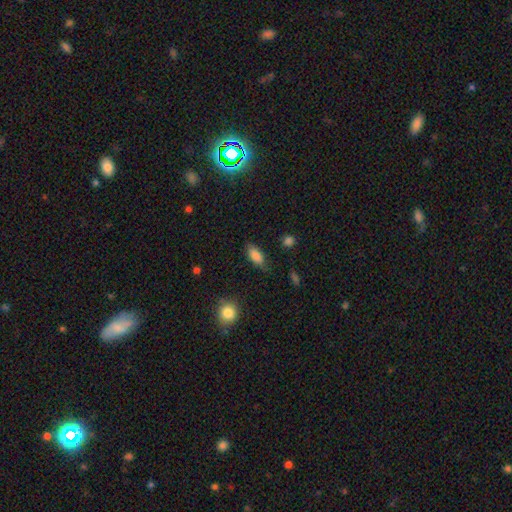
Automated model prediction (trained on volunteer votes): Smooth or featured? Predicted: smooth (p=0.83). How rounded? Predicted: in between (p=0.84). Merging? Predicted: none (p=0.72).